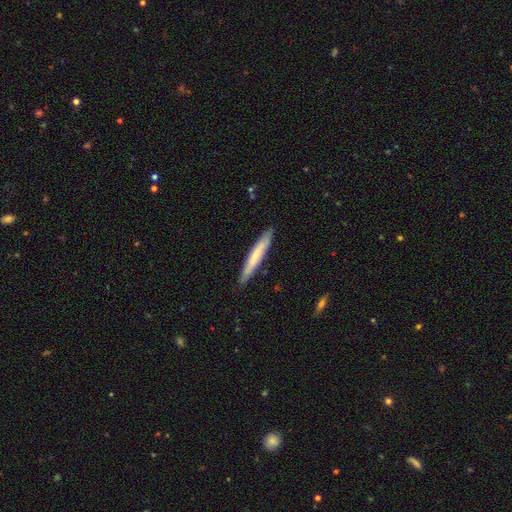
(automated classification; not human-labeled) Overall: smooth (61%; featured or disk 34%). How rounded: cigar-shaped (95%). Merging: none (89%).